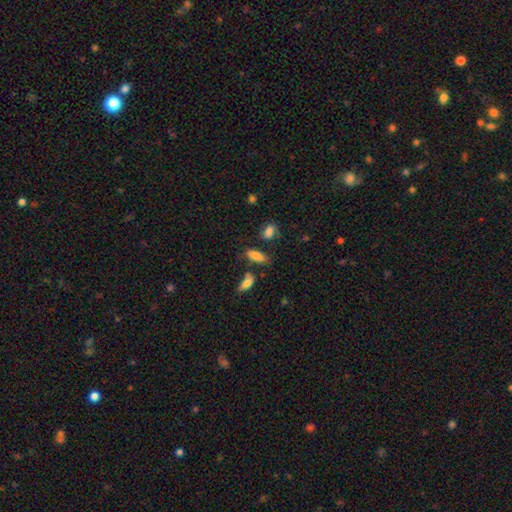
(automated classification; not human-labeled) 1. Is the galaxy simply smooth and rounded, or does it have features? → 80% smooth, 10% featured or disk, 10% star or artifact.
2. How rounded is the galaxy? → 73% in between, 23% cigar-shaped, 4% round.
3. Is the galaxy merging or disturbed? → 62% none, 18% minor disturbance, 14% merger, 7% major disturbance.